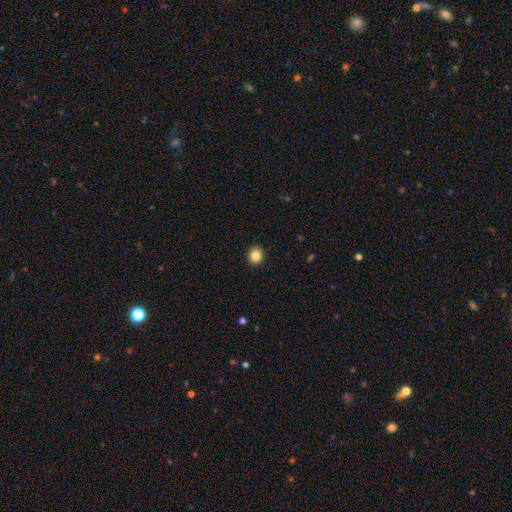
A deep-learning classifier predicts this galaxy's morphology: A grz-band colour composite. It shows a smooth galaxy with no disk features (85%) that is round (84%). Merging: none (92%).